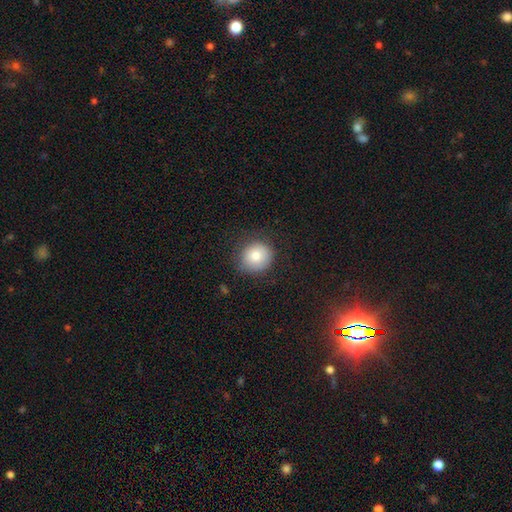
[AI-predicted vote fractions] The model was most divided on "merging": none: 79%, minor disturbance: 15%, major disturbance: 5%, merger: 1%. More confident: how rounded — round (86%); smooth or featured — smooth (79%).